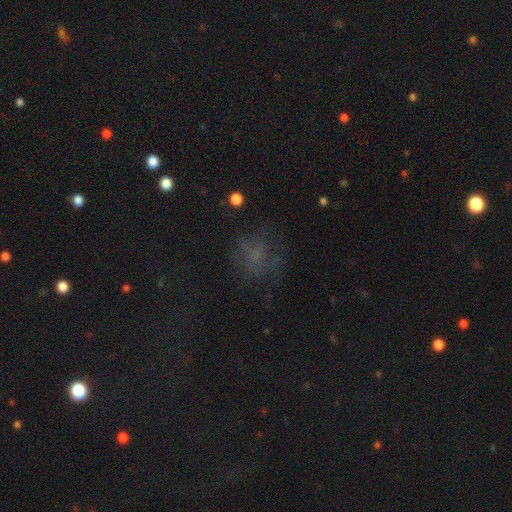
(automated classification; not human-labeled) smooth-or-featured: smooth: 50% | star or artifact: 30% | featured or disk: 21%
  merging: none: 62% | major disturbance: 19% | minor disturbance: 17% | merger: 2%